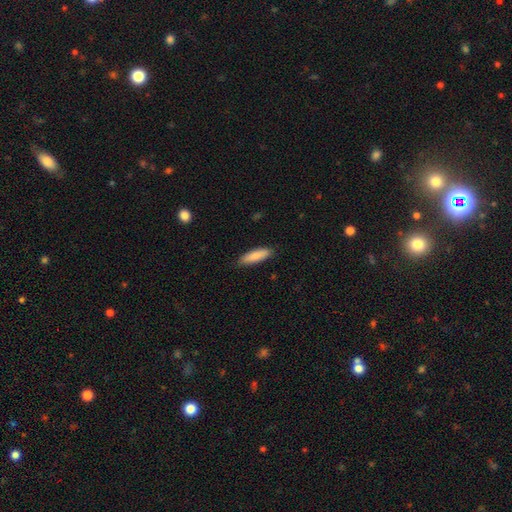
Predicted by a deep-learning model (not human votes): Overall: smooth (87%). How rounded: cigar-shaped (62%; in between 37%). Merging: none (87%).